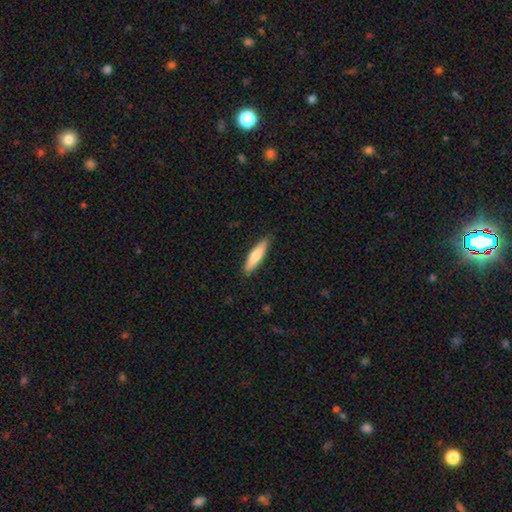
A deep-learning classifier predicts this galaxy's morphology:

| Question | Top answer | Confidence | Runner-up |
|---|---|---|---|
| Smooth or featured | smooth | 74% | featured or disk (21%) |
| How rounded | cigar-shaped | 75% | in between (23%) |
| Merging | none | 88% | minor disturbance (9%) |